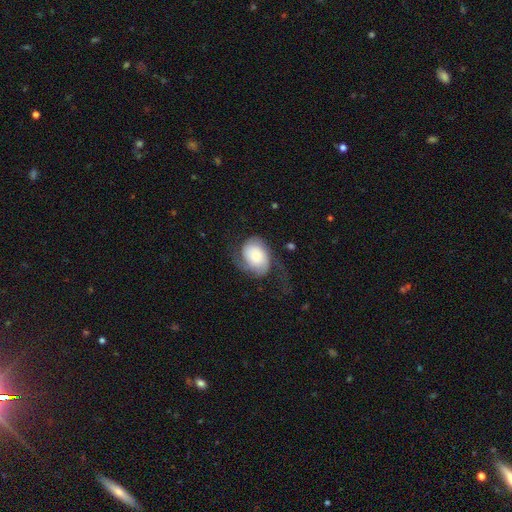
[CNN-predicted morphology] Overall: featured or disk (51%; smooth 42%). Edge-on disk: no (96%). Merging: none (40%; major disturbance 35%).